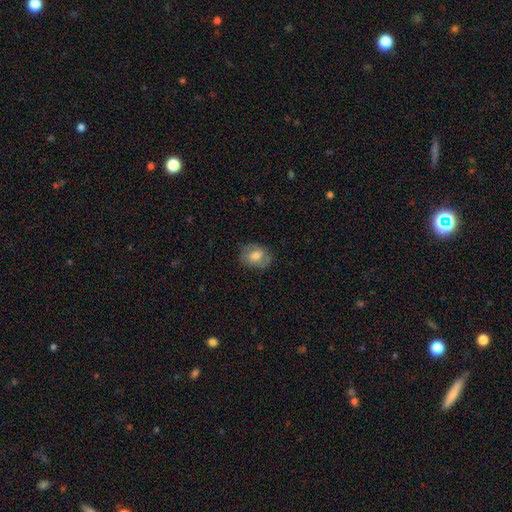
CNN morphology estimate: Smooth or featured? Predicted: smooth (p=0.63). How rounded? Predicted: in between (p=0.59). Merging? Predicted: none (p=0.71).